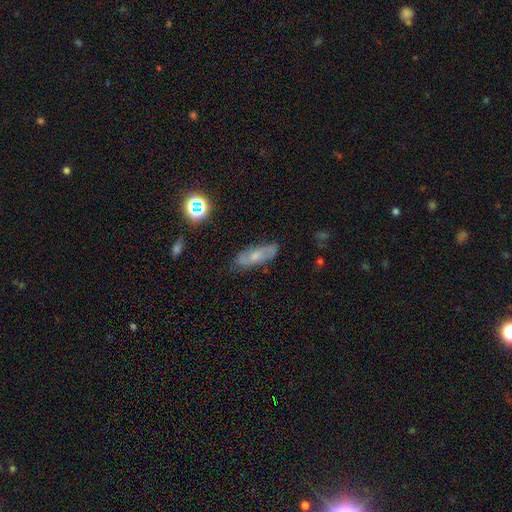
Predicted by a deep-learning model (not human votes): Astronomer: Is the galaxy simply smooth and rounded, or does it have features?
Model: featured or disk — 48% (runner-up: smooth, 40%).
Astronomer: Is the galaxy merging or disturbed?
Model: none — 74%.